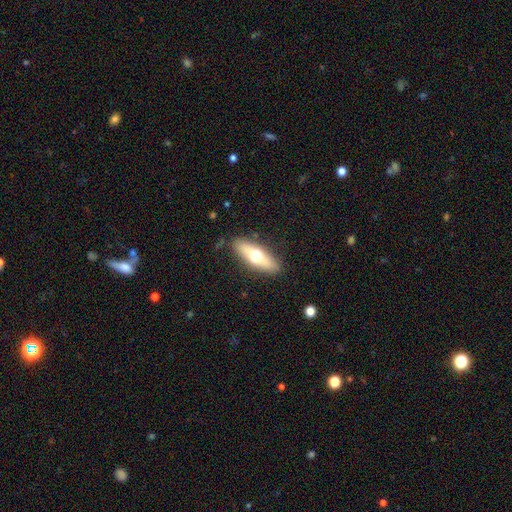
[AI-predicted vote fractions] A smooth galaxy with no disk features (55%) that is in between round and cigar-shaped (52%). Merging: none (86%).